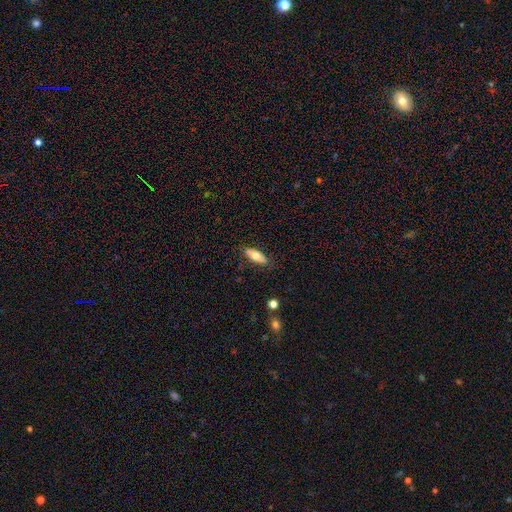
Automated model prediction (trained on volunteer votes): The model was most divided on "smooth or featured": smooth: 68%, featured or disk: 26%, star or artifact: 7%. More confident: merging — none (84%); how rounded — in between (76%).